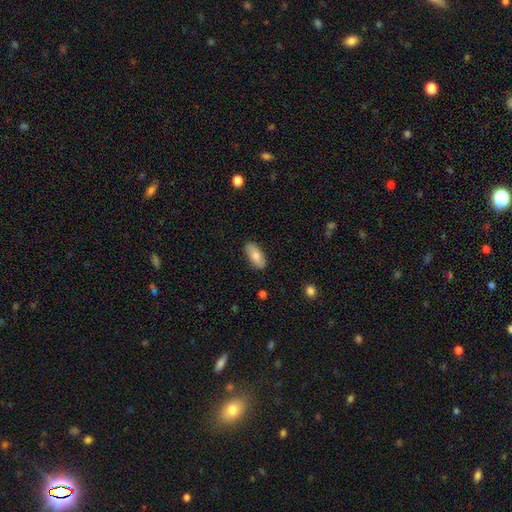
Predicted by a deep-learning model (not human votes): The model was most divided on "smooth or featured": smooth: 77%, featured or disk: 17%, star or artifact: 6%. More confident: how rounded — in between (90%); merging — none (86%).